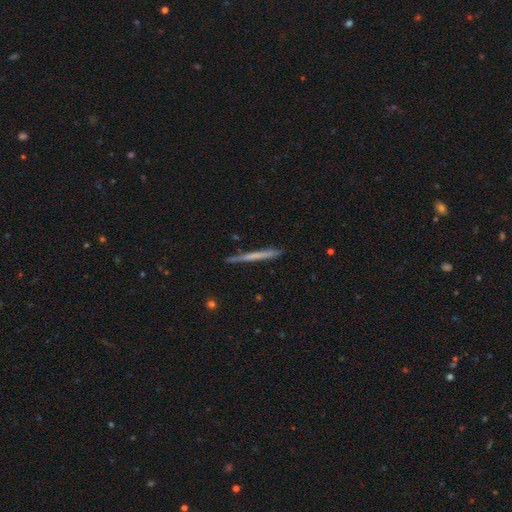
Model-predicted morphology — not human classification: Smooth or featured: smooth — 52% (featured or disk — 43%)
How rounded: cigar-shaped — 97% (in between — 2%)
Merging: none — 88% (minor disturbance — 9%)